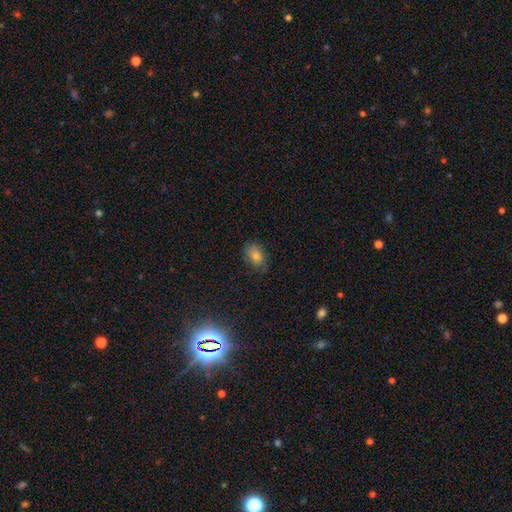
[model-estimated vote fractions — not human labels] smooth_or_featured: smooth (p=0.66) [alt: star or artifact p=0.22]
how_rounded: in between (p=0.80) [alt: round p=0.18]
merging: none (p=0.76) [alt: minor disturbance p=0.19]